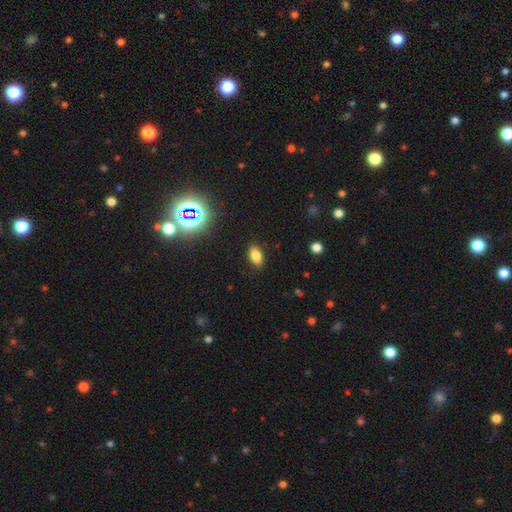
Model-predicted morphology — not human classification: Smooth or featured?
  - smooth: 80% *
  - star or artifact: 14%
  - featured or disk: 6%
How rounded?
  - in between: 90% *
  - round: 7%
  - cigar-shaped: 3%
Merging?
  - none: 88% *
  - minor disturbance: 8%
  - major disturbance: 2%
  - merger: 1%